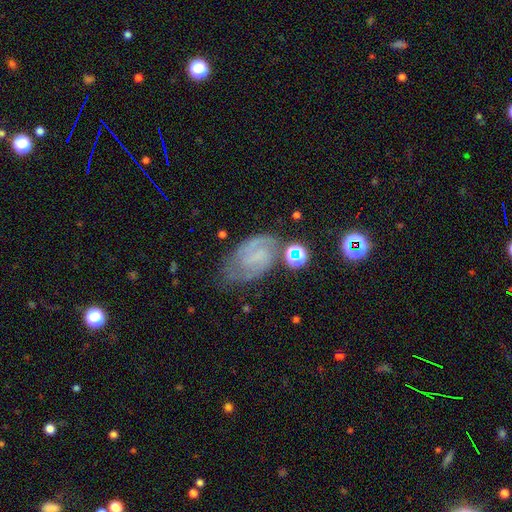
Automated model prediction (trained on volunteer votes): This is likely a featured or disk galaxy (68%). It is clearly not viewed edge-on (96%). Bar: possibly no (46%). Spiral arm pattern: clearly yes (89%). Spiral arm count: likely 2 (67%). Spiral winding: marginally medium (44%). Central bulge: possibly none (52%). Merging: possibly none (58%).